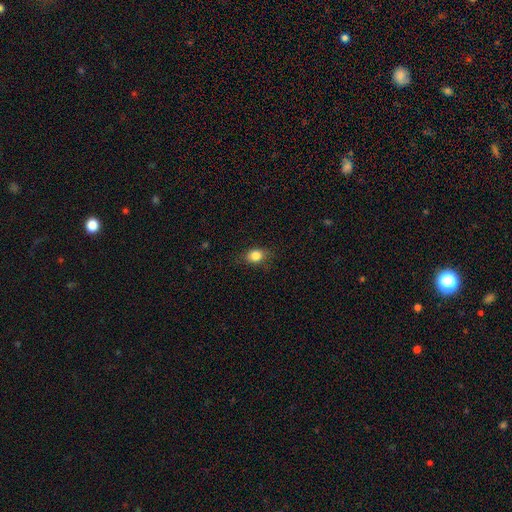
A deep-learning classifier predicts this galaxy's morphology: Q: Smooth or featured?
A: smooth (83%); runner-up: star or artifact (10%)
Q: How rounded?
A: in between (58%); runner-up: round (40%)
Q: Merging?
A: none (80%); runner-up: minor disturbance (15%)